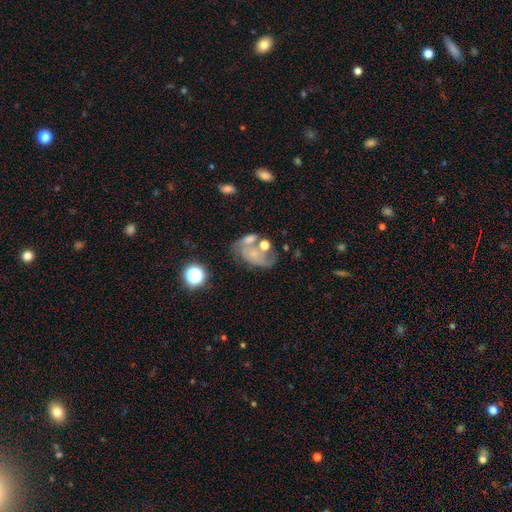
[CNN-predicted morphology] This is possibly a featured or disk galaxy (50%). It is clearly not viewed edge-on (97%). Merging: marginally merger (30%).